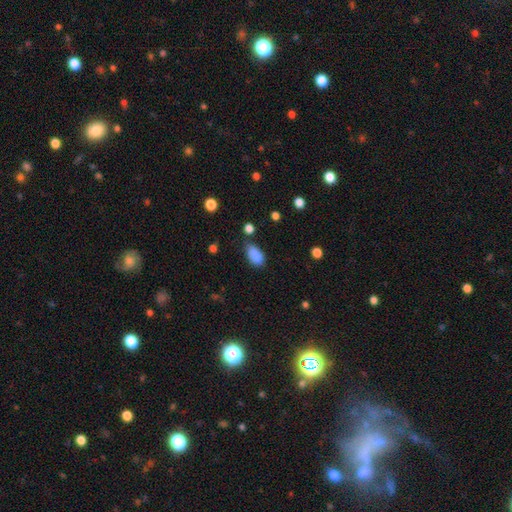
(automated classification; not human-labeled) smooth-or-featured: smooth: 84% | star or artifact: 9% | featured or disk: 7%
  how-rounded: in between: 89% | round: 8% | cigar-shaped: 3%
  merging: none: 49% | minor disturbance: 35% | major disturbance: 9% | merger: 7%